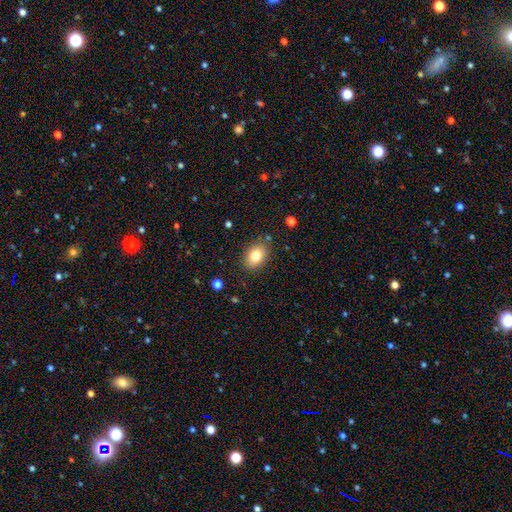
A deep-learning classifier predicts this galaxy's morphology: smooth_or_featured: smooth (p=0.80) [alt: featured or disk p=0.11]
how_rounded: in between (p=0.73) [alt: round p=0.26]
merging: none (p=0.84) [alt: minor disturbance p=0.11]